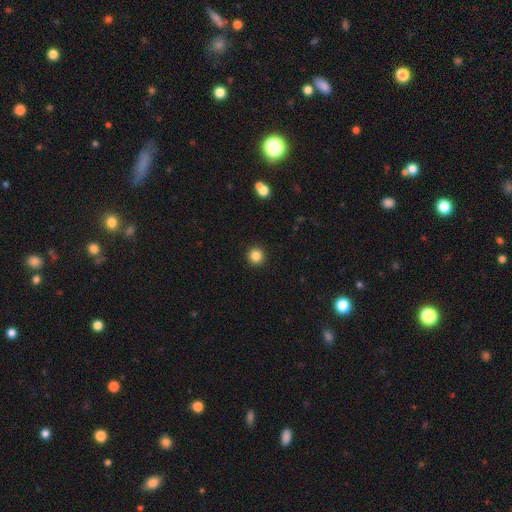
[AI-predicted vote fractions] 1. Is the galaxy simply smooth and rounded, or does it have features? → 85% smooth, 11% star or artifact, 4% featured or disk.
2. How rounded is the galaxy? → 95% round, 4% in between, 1% cigar-shaped.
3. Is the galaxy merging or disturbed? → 93% none, 4% minor disturbance, 2% major disturbance, 1% merger.